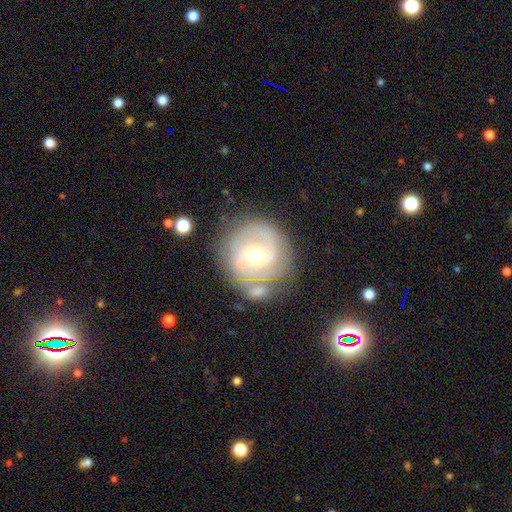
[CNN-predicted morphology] Smooth or featured: featured or disk — 71% (smooth — 22%)
Edge-on disk: no — 97% (yes — 3%)
Bar: no — 68% (weak — 26%)
Spiral arms: yes — 78% (no — 22%)
Spiral winding: tight — 62% (medium — 28%)
Spiral arm count: 2 — 41% (can't tell — 33%)
Bulge size: moderate — 75% (small — 13%)
Merging: none — 65% (minor disturbance — 17%)